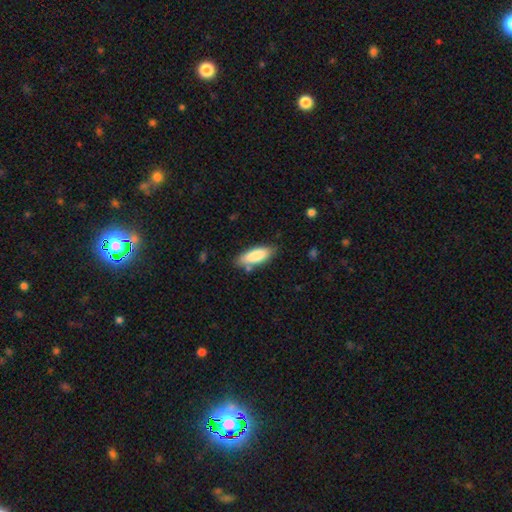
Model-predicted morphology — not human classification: smooth_or_featured: smooth (p=0.85) [alt: featured or disk p=0.09]
how_rounded: in between (p=0.67) [alt: cigar-shaped p=0.31]
merging: none (p=0.77) [alt: minor disturbance p=0.16]